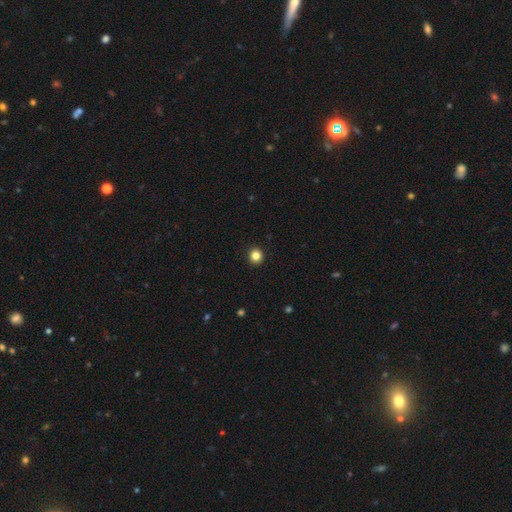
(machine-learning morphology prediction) smooth 84%, star or artifact 12%, featured or disk 4%. Down the decision tree: how rounded — round (94%); merging — none (94%).